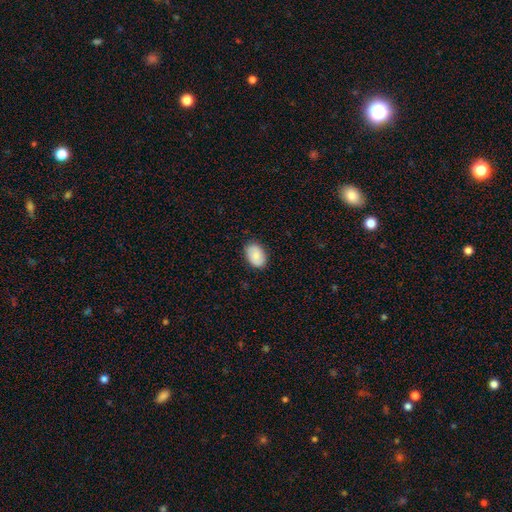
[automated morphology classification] The model was most divided on "how rounded": in between: 83%, round: 16%, cigar-shaped: 1%. More confident: merging — none (86%); smooth or featured — smooth (83%).